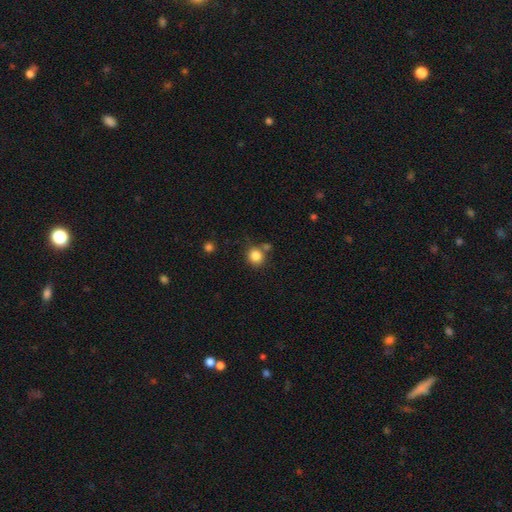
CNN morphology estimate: This appears to be a smooth galaxy with no disk features (84%) that is round (89%). Merging: none (73%).